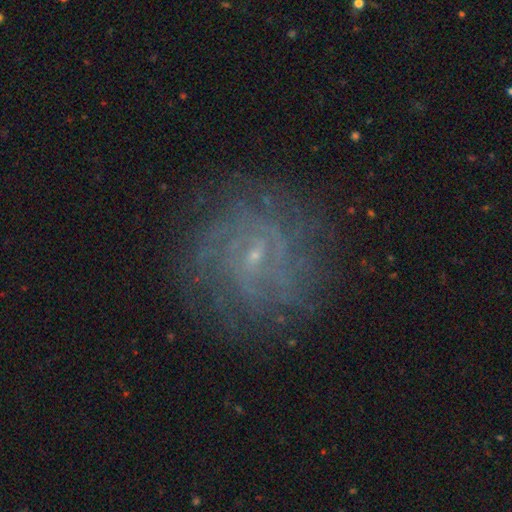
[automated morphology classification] Smooth or featured? Predicted: featured or disk (p=0.72). Edge-on disk? Predicted: no (p=0.97). Bar? Predicted: weak (p=0.47). Spiral arms? Predicted: yes (p=0.87). Spiral winding? Predicted: tight (p=0.61). Spiral arm count? Predicted: can't tell (p=0.49). Bulge size? Predicted: small (p=0.81). Merging? Predicted: none (p=0.80).